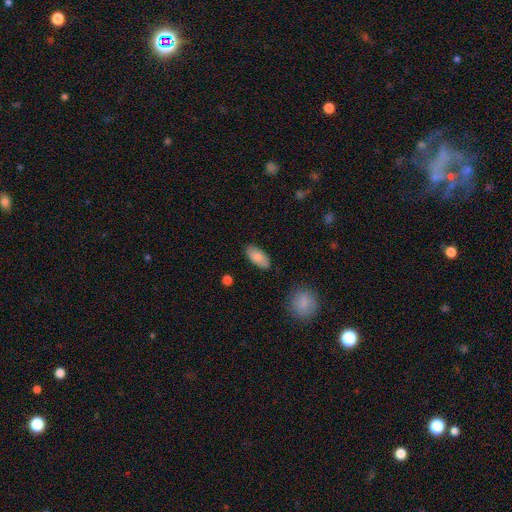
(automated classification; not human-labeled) The model was most divided on "merging": none: 85%, minor disturbance: 11%, major disturbance: 2%, merger: 2%. More confident: how rounded — in between (90%); smooth or featured — smooth (84%).